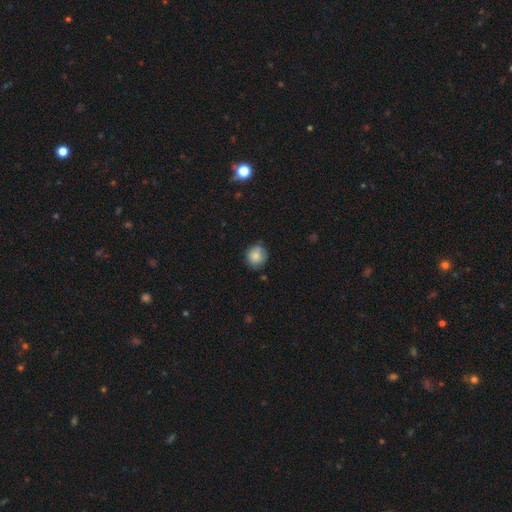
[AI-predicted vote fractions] Smooth or featured: smooth — 84% (star or artifact — 8%)
How rounded: round — 85% (in between — 14%)
Merging: none — 75% (minor disturbance — 20%)